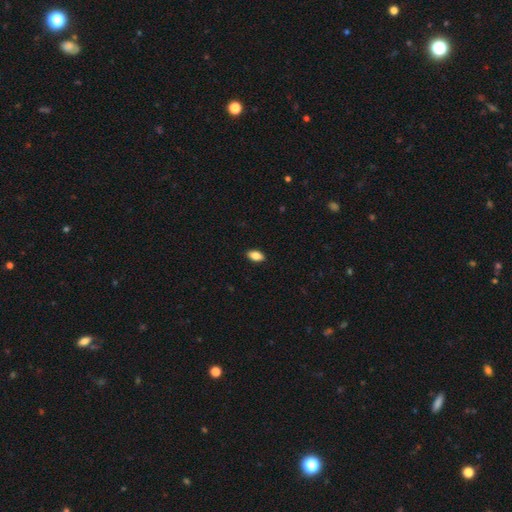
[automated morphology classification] smooth_or_featured: smooth (p=0.84) [alt: featured or disk p=0.08]
how_rounded: in between (p=0.91) [alt: round p=0.05]
merging: none (p=0.89) [alt: minor disturbance p=0.08]